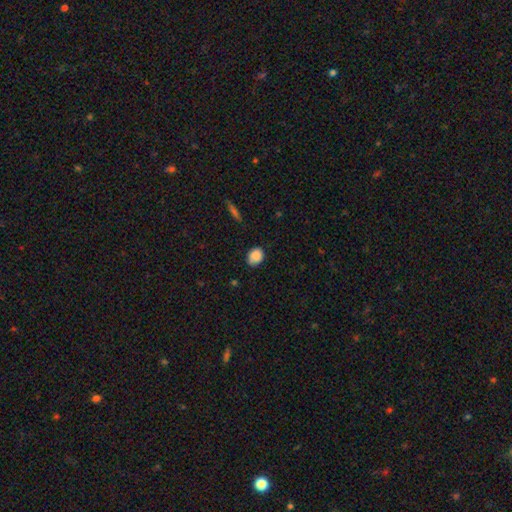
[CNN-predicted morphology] smooth-or-featured: smooth: 86% | star or artifact: 8% | featured or disk: 6%
  how-rounded: in between: 55% | round: 44% | cigar-shaped: 1%
  merging: none: 73% | minor disturbance: 22% | major disturbance: 4% | merger: 1%